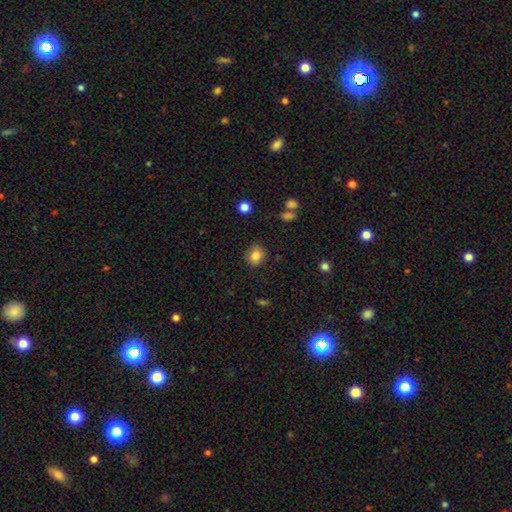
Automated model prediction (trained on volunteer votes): Smooth or featured?
  - smooth: 84% *
  - star or artifact: 10%
  - featured or disk: 6%
How rounded?
  - round: 74% *
  - in between: 26%
  - cigar-shaped: 1%
Merging?
  - none: 85% *
  - minor disturbance: 11%
  - major disturbance: 3%
  - merger: 2%